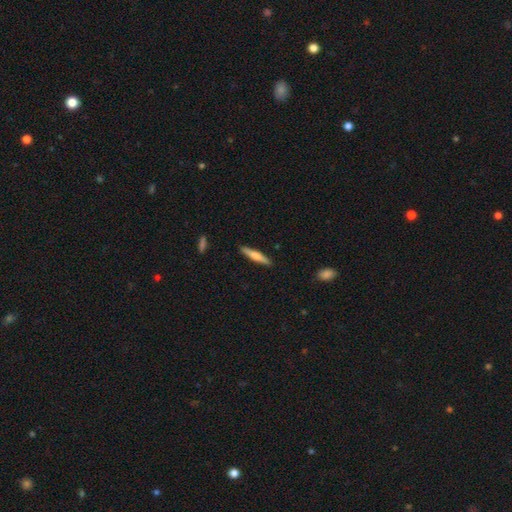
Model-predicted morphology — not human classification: Smooth or featured: smooth — 54% (featured or disk — 41%)
How rounded: cigar-shaped — 90% (in between — 8%)
Merging: none — 90% (minor disturbance — 7%)